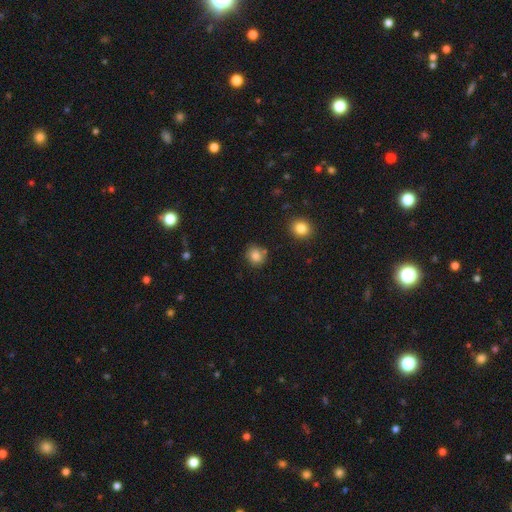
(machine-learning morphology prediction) A smooth galaxy with no disk features (83%) that is round (85%). Merging: none (80%).